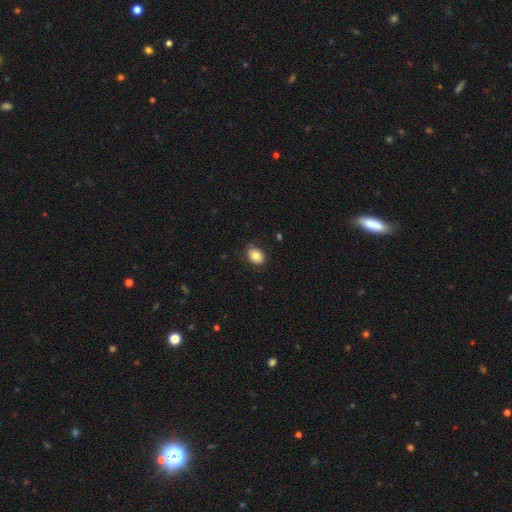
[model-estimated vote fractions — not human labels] Morphology: type=smooth (81%); roundness=in between (60%); merging=none (82%).